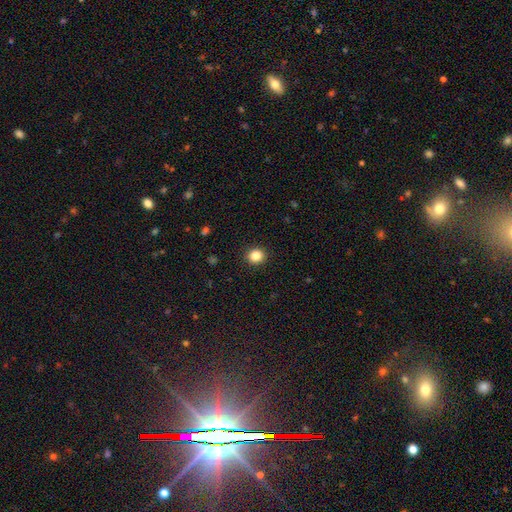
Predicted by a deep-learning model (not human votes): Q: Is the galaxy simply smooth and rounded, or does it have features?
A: smooth — 85%.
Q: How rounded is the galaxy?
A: round — 88%.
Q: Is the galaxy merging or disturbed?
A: none — 92%.